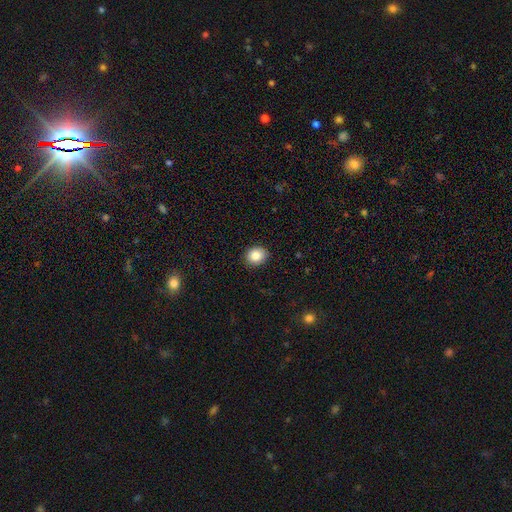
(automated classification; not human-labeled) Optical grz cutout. It shows a smooth galaxy with no disk features (85%) that is round (70%). Merging: none (90%).